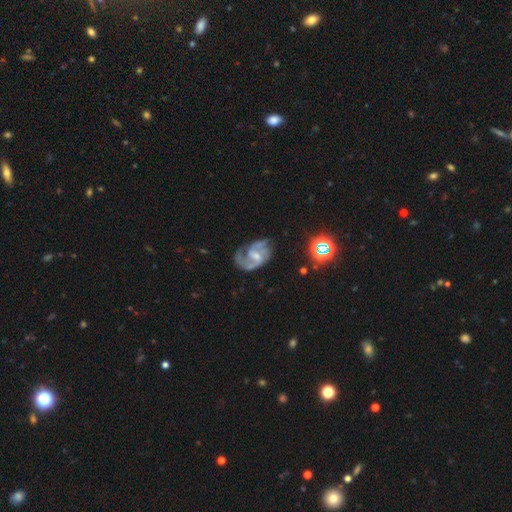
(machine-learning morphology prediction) Smooth or featured? Predicted: featured or disk (p=0.85). Edge-on disk? Predicted: no (p=0.98). Bar? Predicted: weak (p=0.57). Spiral arms? Predicted: yes (p=0.94). Spiral winding? Predicted: medium (p=0.53). Spiral arm count? Predicted: 2 (p=0.65). Bulge size? Predicted: small (p=0.49). Merging? Predicted: none (p=0.53).